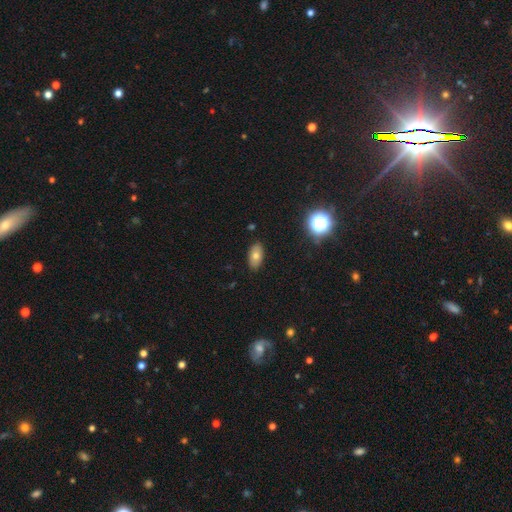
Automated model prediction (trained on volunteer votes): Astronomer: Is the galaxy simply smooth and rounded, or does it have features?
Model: smooth — 71%.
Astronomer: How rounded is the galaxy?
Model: in between — 91%.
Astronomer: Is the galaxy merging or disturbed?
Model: none — 88%.